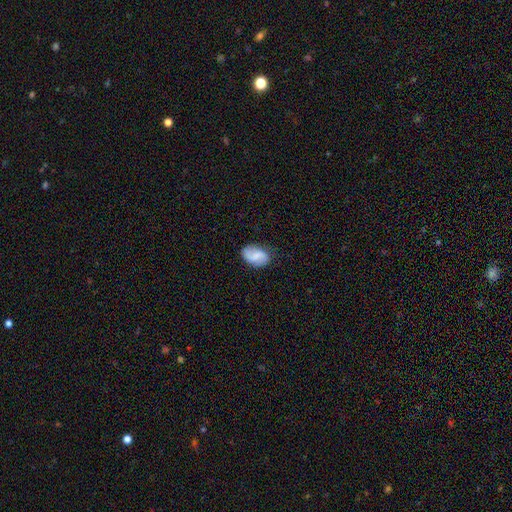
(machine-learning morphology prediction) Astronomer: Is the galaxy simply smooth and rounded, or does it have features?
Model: featured or disk — 48% (runner-up: smooth, 44%).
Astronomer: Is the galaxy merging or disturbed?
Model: none — 77%.